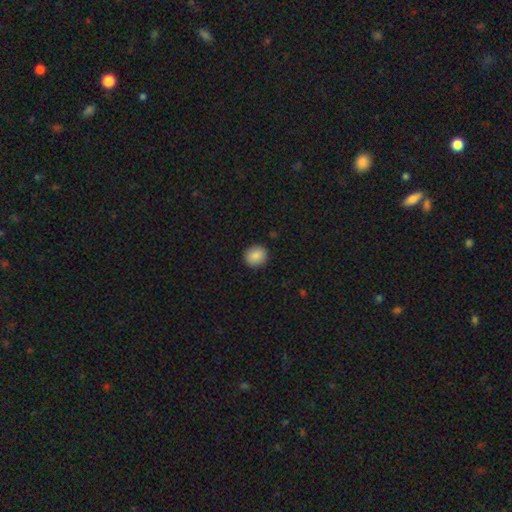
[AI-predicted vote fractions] Smooth or featured? Predicted: smooth (p=0.87). How rounded? Predicted: round (p=0.85). Merging? Predicted: none (p=0.91).